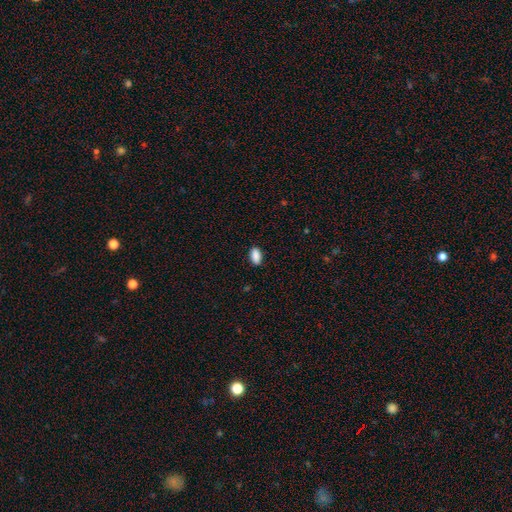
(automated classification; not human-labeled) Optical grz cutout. It shows a smooth galaxy with no disk features (90%) that is in between round and cigar-shaped (92%). Merging: none (87%).